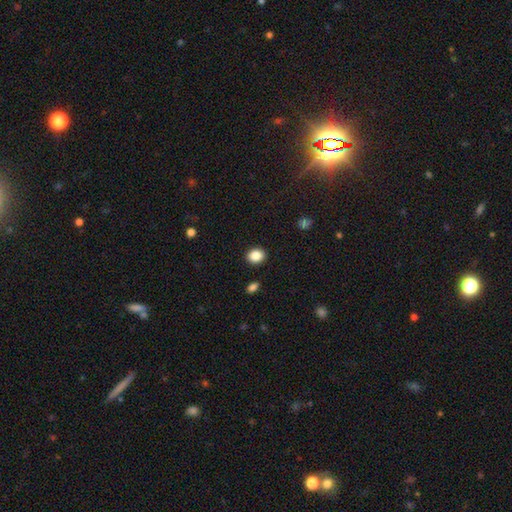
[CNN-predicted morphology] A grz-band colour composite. It shows a smooth galaxy with no disk features (87%) that is round (61%). Merging: none (90%).